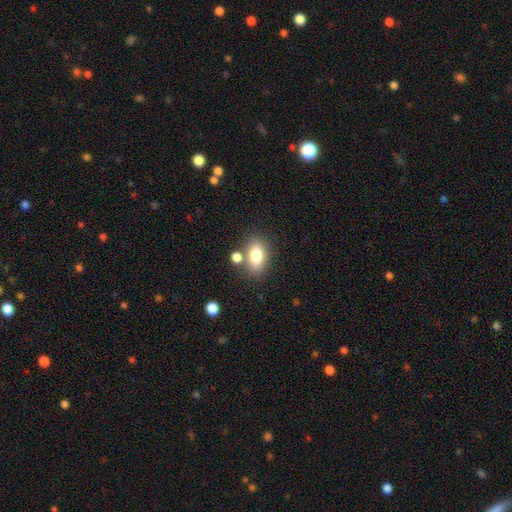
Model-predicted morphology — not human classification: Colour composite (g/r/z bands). It shows a smooth galaxy with no disk features (80%) that is in between round and cigar-shaped (86%). Merging: none (68%).